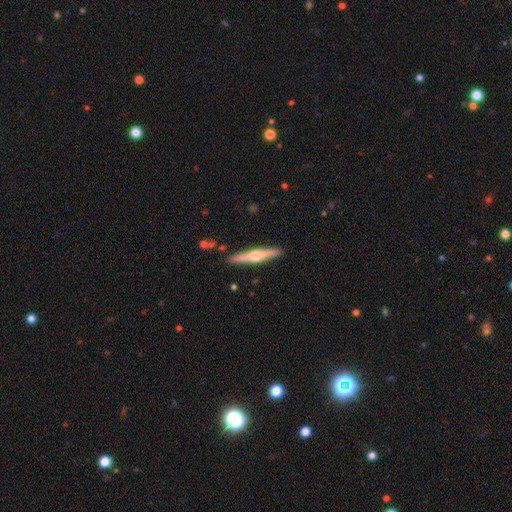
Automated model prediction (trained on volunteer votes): Smooth or featured: featured or disk — 65% (smooth — 30%)
Edge-on disk: yes — 97% (no — 3%)
Edge-on bulge: rounded — 93% (none — 4%)
Merging: none — 90% (minor disturbance — 7%)